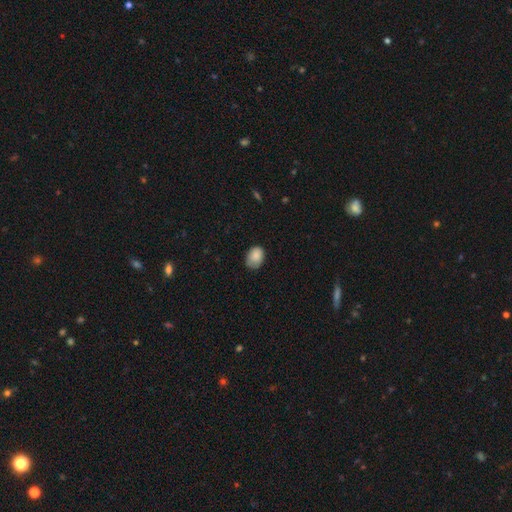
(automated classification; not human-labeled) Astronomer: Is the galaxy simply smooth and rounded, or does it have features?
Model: smooth — 85%.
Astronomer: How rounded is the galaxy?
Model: in between — 72%.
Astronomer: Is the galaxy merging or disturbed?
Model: none — 62%.